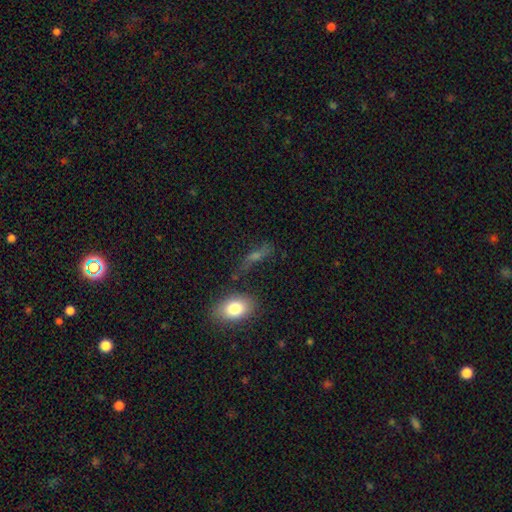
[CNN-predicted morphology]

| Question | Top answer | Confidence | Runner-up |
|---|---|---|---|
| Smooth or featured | smooth | 48% | featured or disk (32%) |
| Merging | none | 65% | minor disturbance (18%) |